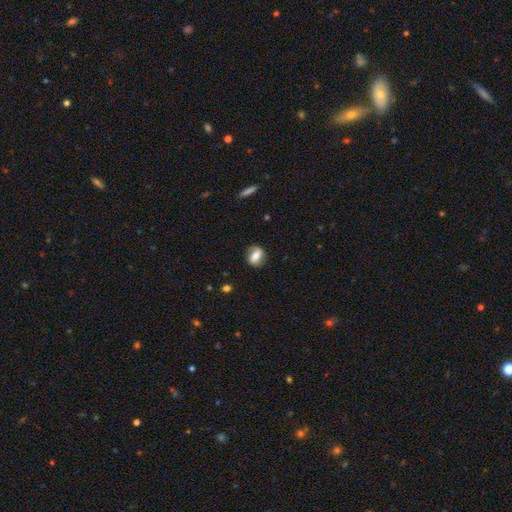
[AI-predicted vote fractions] Smooth or featured?
  - smooth: 48% *
  - featured or disk: 44%
  - star or artifact: 8%
Merging?
  - none: 77% *
  - minor disturbance: 16%
  - major disturbance: 5%
  - merger: 2%